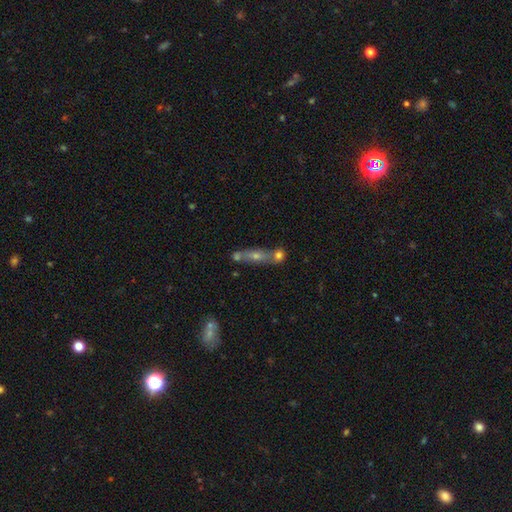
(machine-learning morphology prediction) Q: Smooth or featured?
A: featured or disk (45%); runner-up: smooth (40%)
Q: Merging?
A: none (50%); runner-up: merger (34%)